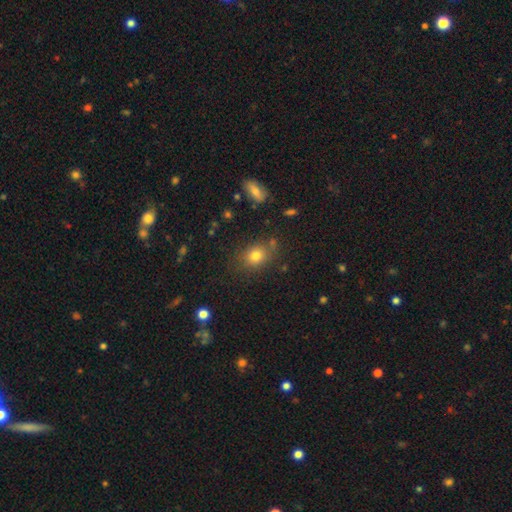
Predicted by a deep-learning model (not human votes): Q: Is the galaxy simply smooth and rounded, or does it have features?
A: smooth — 77%.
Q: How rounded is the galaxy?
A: round — 50%.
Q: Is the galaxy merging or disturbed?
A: none — 77%.